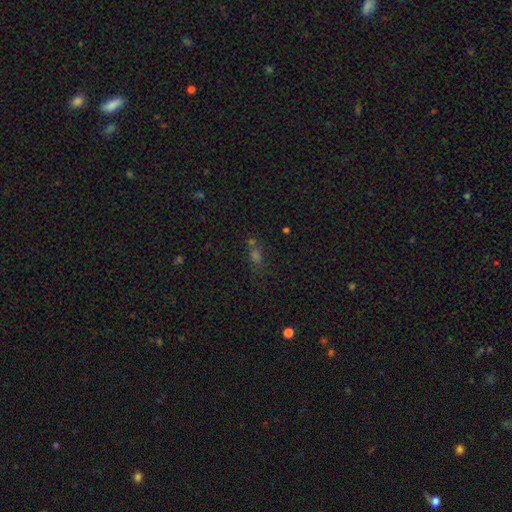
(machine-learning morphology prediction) Smooth or featured? Predicted: smooth (p=0.49). Merging? Predicted: none (p=0.56).